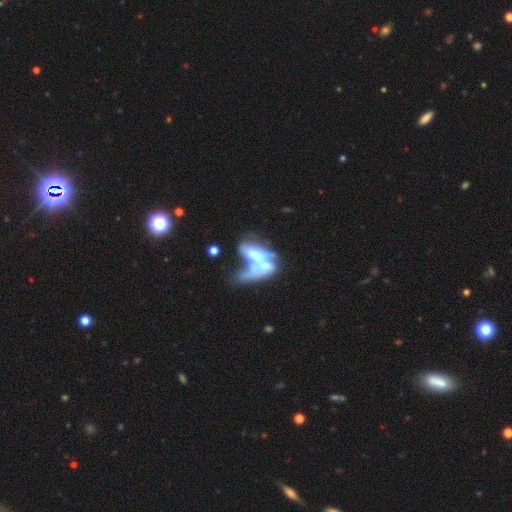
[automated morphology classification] featured or disk 53%, smooth 38%, star or artifact 9%. Down the decision tree: edge-on disk — no (89%); merging — merger (70%).